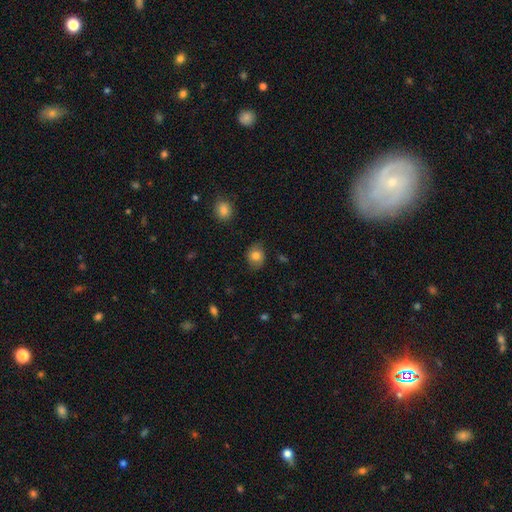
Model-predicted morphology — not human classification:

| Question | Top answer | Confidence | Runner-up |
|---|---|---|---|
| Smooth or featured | smooth | 75% | featured or disk (16%) |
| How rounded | round | 58% | in between (41%) |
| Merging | none | 77% | minor disturbance (18%) |